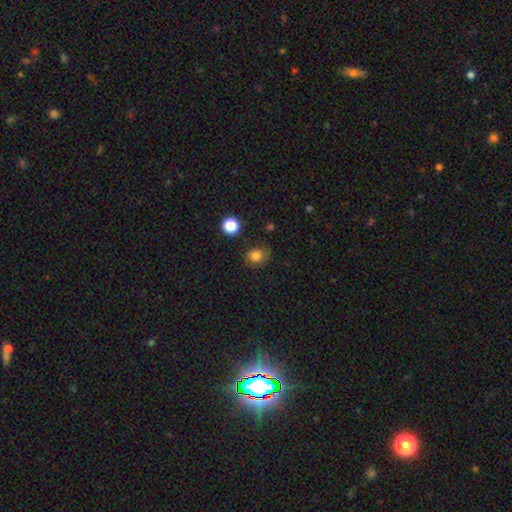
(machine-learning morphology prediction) Smooth or featured? smooth (82%)
How rounded? round (75%)
Merging? none (77%)